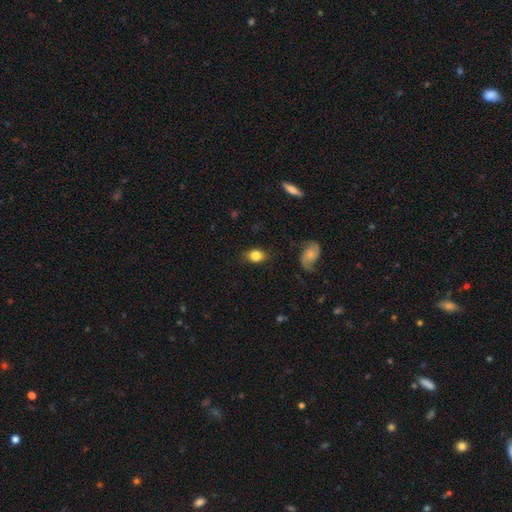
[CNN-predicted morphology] This appears to be a smooth galaxy with no disk features (81%) that is in between round and cigar-shaped (75%). Merging: none (80%).